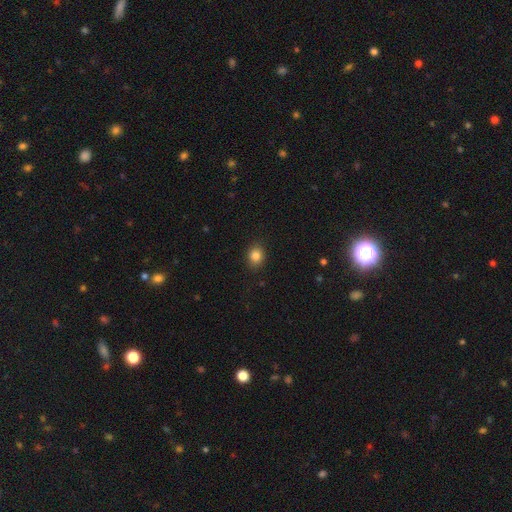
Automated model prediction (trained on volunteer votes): The model was most divided on "how rounded": round: 57%, in between: 42%, cigar-shaped: 1%. More confident: merging — none (89%); smooth or featured — smooth (84%).